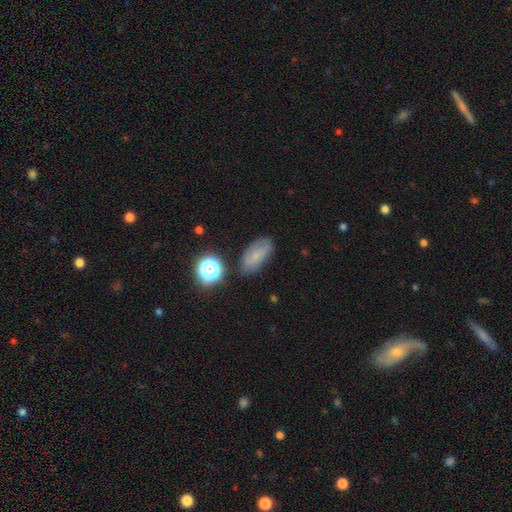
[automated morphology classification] Overall: smooth (56%; featured or disk 28%). How rounded: in between (85%). Merging: none (75%).